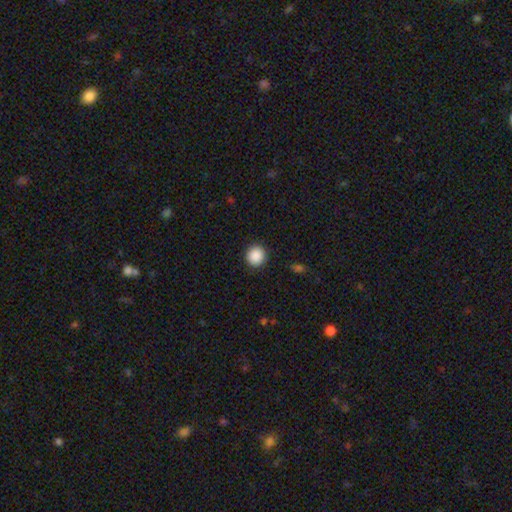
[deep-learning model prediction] The model was most divided on "smooth or featured": smooth: 89%, star or artifact: 8%, featured or disk: 2%. More confident: how rounded — round (92%); merging — none (91%).